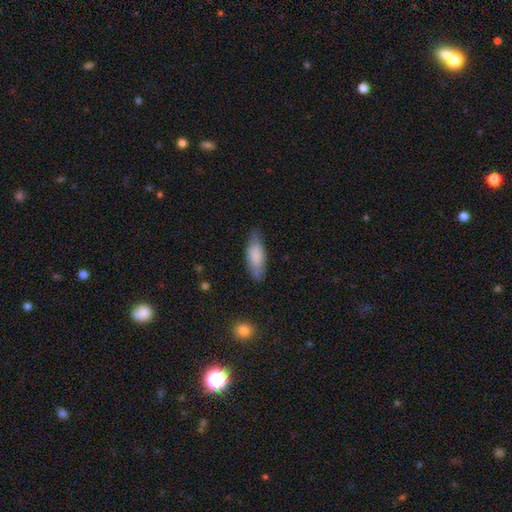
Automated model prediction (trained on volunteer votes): Smooth or featured? Predicted: smooth (p=0.83). How rounded? Predicted: in between (p=0.68). Merging? Predicted: none (p=0.77).